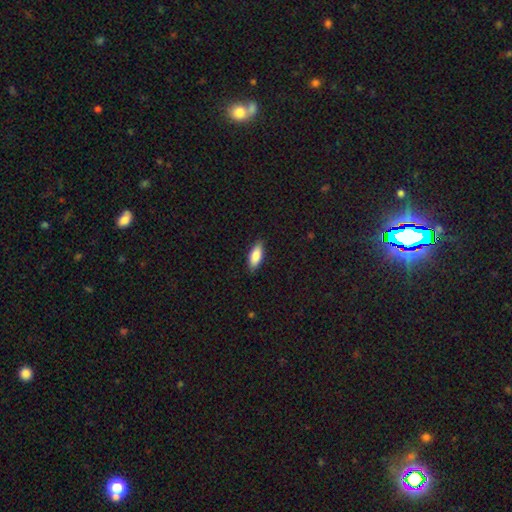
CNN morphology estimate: Smooth or featured? smooth (85%)
How rounded? in between (78%)
Merging? none (87%)